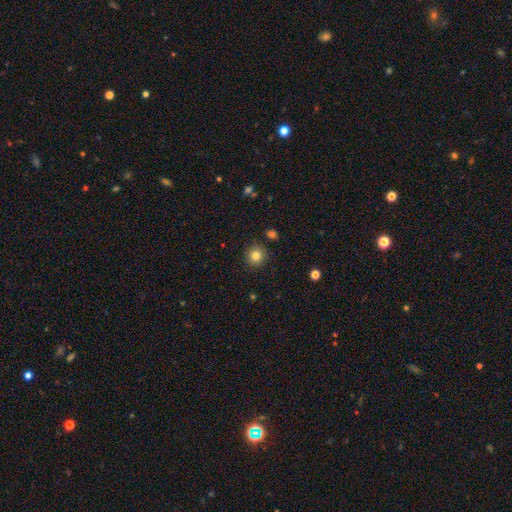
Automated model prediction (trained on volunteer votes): A smooth galaxy with no disk features (82%) that is round (92%).

Vote fractions:
- Smooth or featured? smooth: 82% / star or artifact: 12% / featured or disk: 6%
- How rounded? round: 92% / in between: 7% / cigar-shaped: 1%
- Merging? none: 88% / minor disturbance: 7% / merger: 2% / major disturbance: 2%